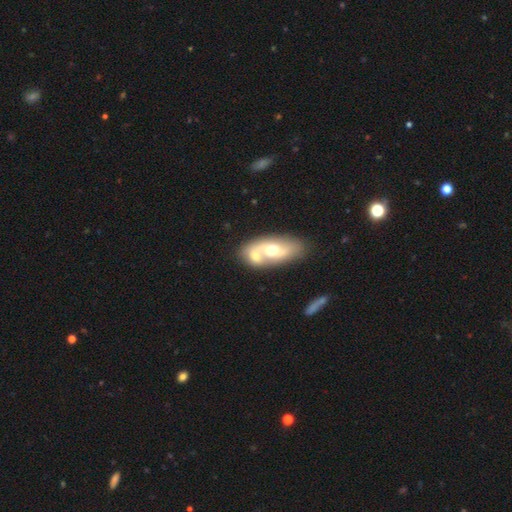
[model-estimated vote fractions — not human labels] The model was most divided on "smooth or featured": featured or disk: 49%, smooth: 45%, star or artifact: 7%. More confident: merging — merger (54%).